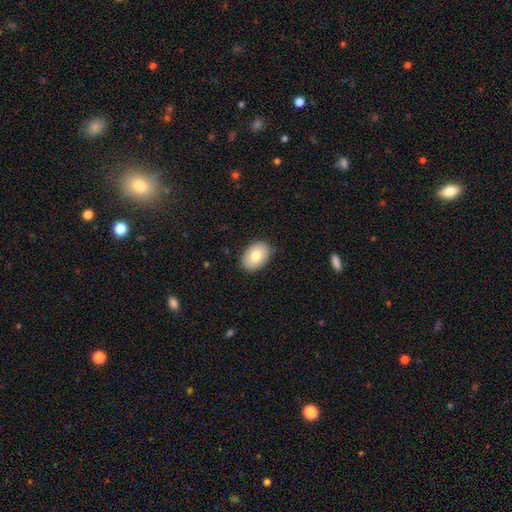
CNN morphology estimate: Smooth or featured: smooth — 78% (featured or disk — 16%)
How rounded: in between — 83% (round — 16%)
Merging: none — 88% (minor disturbance — 9%)